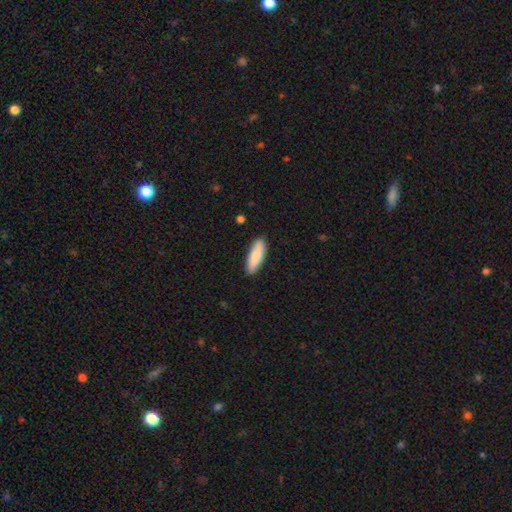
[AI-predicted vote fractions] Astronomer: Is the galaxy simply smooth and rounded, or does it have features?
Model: smooth — 83%.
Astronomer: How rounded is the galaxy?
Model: in between — 50% (runner-up: cigar-shaped, 48%).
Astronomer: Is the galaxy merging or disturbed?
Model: none — 88%.